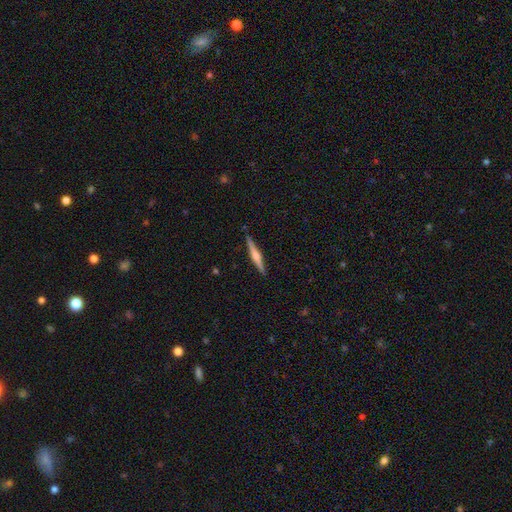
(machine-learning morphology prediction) type=featured or disk (72%); edge-on=yes (98%); edge-on bulge=rounded (81%); merging=none (91%).